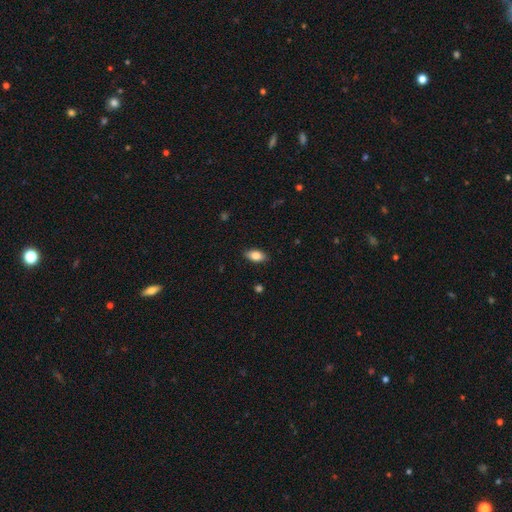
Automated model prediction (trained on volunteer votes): Morphology: type=smooth (82%); roundness=in between (90%); merging=none (87%).